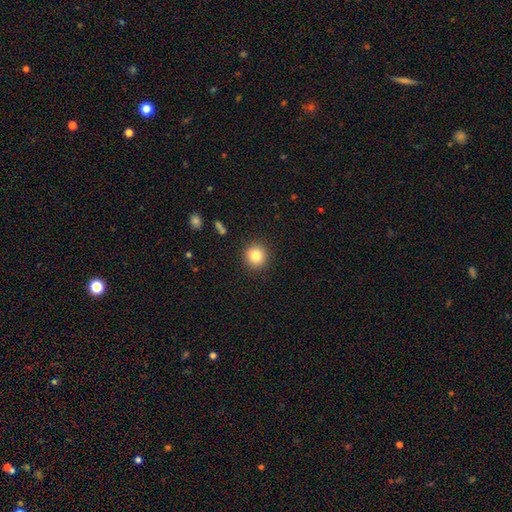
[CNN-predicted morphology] The model was most divided on "smooth or featured": smooth: 83%, star or artifact: 10%, featured or disk: 7%. More confident: how rounded — round (92%); merging — none (90%).